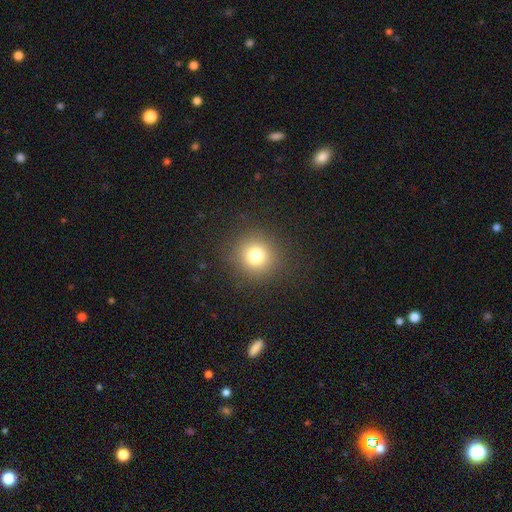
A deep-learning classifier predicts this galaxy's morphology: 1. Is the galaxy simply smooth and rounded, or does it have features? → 77% smooth, 15% star or artifact, 9% featured or disk.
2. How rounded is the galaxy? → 93% round, 6% in between, 1% cigar-shaped.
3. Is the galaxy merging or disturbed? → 89% none, 6% minor disturbance, 3% major disturbance, 1% merger.